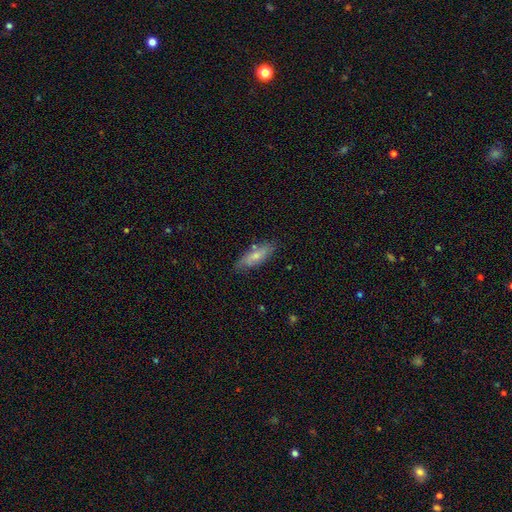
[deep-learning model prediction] The model was most divided on "how rounded": in between: 58%, cigar-shaped: 39%, round: 2%. More confident: merging — none (77%); smooth or featured — smooth (63%).